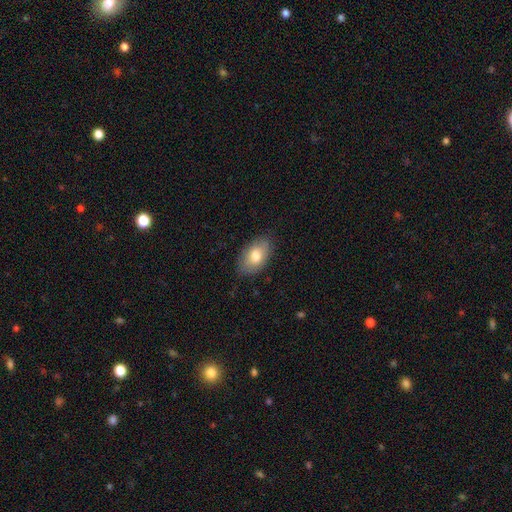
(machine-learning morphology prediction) A smooth galaxy with no disk features (76%) that is in between round and cigar-shaped (91%).

Vote fractions:
- Smooth or featured? smooth: 76% / featured or disk: 17% / star or artifact: 7%
- How rounded? in between: 91% / round: 7% / cigar-shaped: 2%
- Merging? none: 82% / minor disturbance: 15% / major disturbance: 3% / merger: 1%